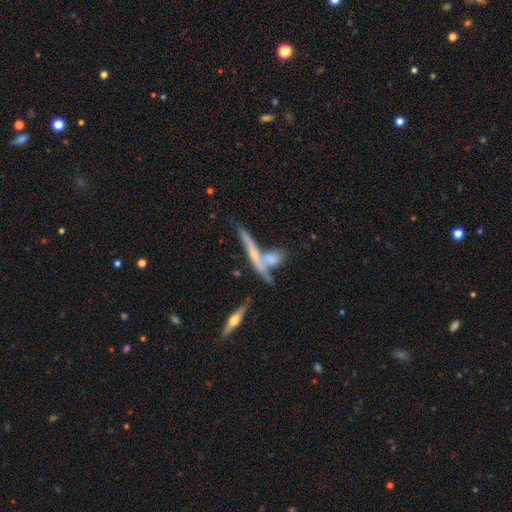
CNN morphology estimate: smooth-or-featured: featured or disk: 60% | smooth: 29% | star or artifact: 10%
  disk-edge-on: yes: 84% | no: 16%
    edge-on-bulge: rounded: 67% | none: 25% | boxy: 8%
  merging: none: 45% | merger: 36% | minor disturbance: 12% | major disturbance: 7%